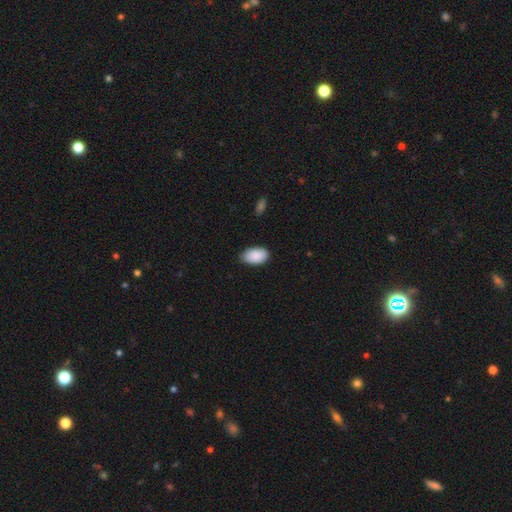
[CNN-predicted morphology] Smooth or featured?
  - smooth: 90% *
  - star or artifact: 6%
  - featured or disk: 4%
How rounded?
  - in between: 94% *
  - round: 5%
  - cigar-shaped: 1%
Merging?
  - none: 83% *
  - minor disturbance: 14%
  - major disturbance: 2%
  - merger: 1%